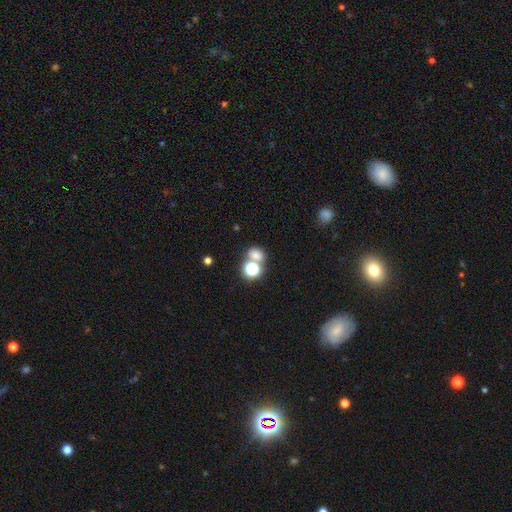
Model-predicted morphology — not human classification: type=smooth (67%); roundness=round (57%); merging=none (51%).